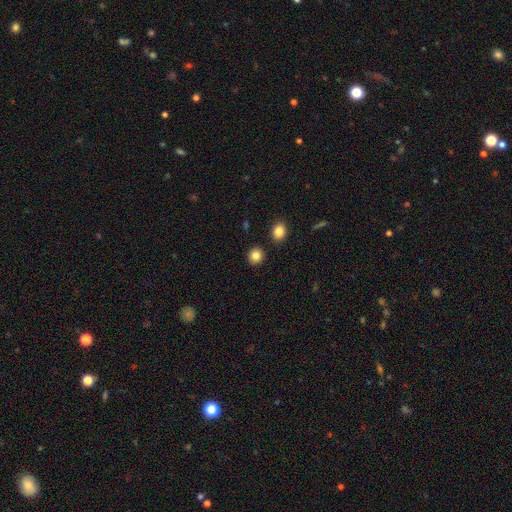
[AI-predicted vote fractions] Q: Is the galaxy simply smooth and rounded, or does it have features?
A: smooth — 85%.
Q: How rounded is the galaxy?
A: round — 88%.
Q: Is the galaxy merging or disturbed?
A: none — 89%.